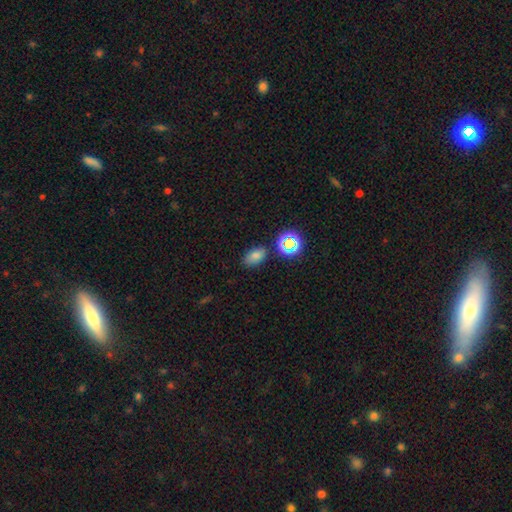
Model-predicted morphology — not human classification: smooth-or-featured: smooth: 74% | star or artifact: 18% | featured or disk: 8%
  how-rounded: in between: 86% | round: 12% | cigar-shaped: 2%
  merging: none: 79% | minor disturbance: 13% | merger: 4% | major disturbance: 3%